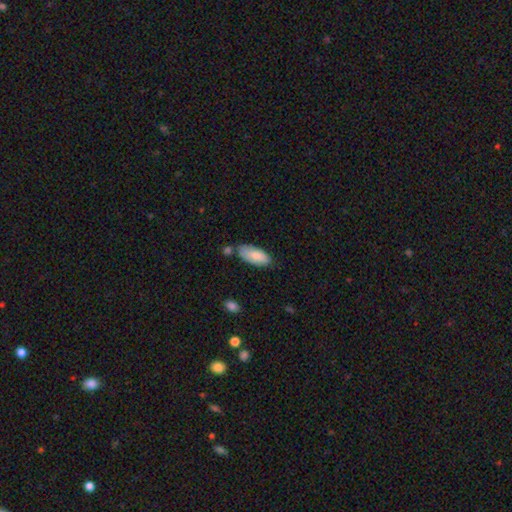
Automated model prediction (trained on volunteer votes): Smooth or featured?
  - smooth: 81% *
  - featured or disk: 13%
  - star or artifact: 6%
How rounded?
  - in between: 87% *
  - cigar-shaped: 11%
  - round: 2%
Merging?
  - none: 64% *
  - minor disturbance: 23%
  - merger: 8%
  - major disturbance: 4%